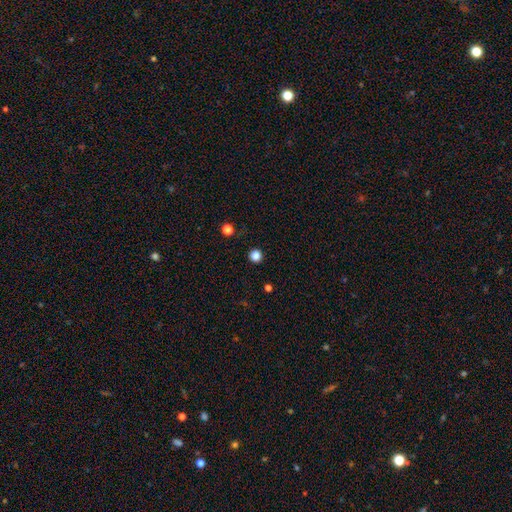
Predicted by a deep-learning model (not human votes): Morphology: type=smooth (84%); roundness=round (96%); merging=none (93%).